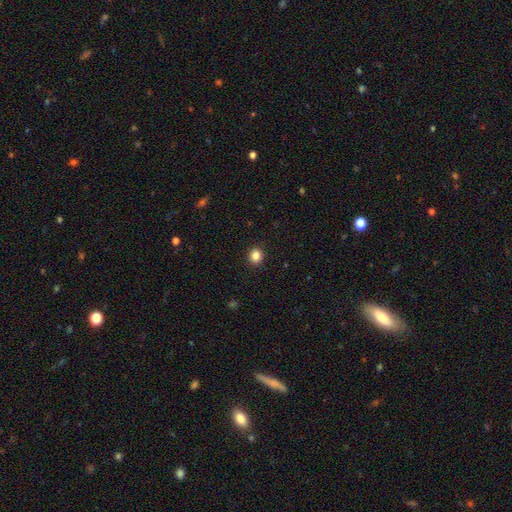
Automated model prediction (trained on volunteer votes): Morphology: type=smooth (85%); roundness=round (89%); merging=none (93%).